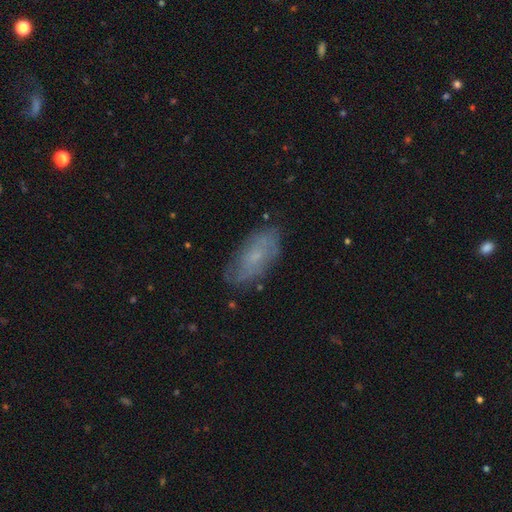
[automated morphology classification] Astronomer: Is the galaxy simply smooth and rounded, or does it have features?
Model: smooth — 49% (runner-up: featured or disk, 40%).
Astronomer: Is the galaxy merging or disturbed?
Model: none — 75%.